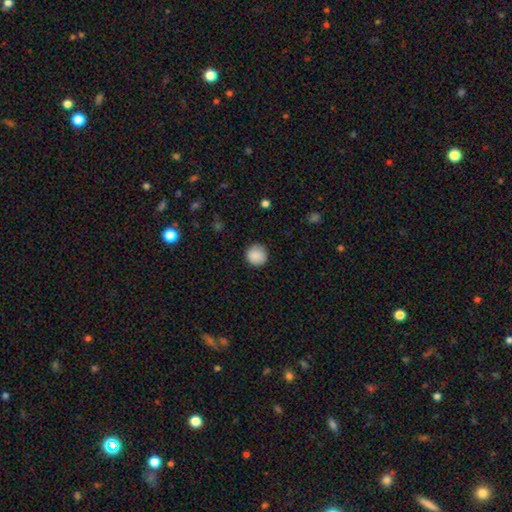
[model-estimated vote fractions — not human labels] Smooth or featured: smooth — 89% (star or artifact — 8%)
How rounded: round — 95% (in between — 4%)
Merging: none — 90% (minor disturbance — 7%)